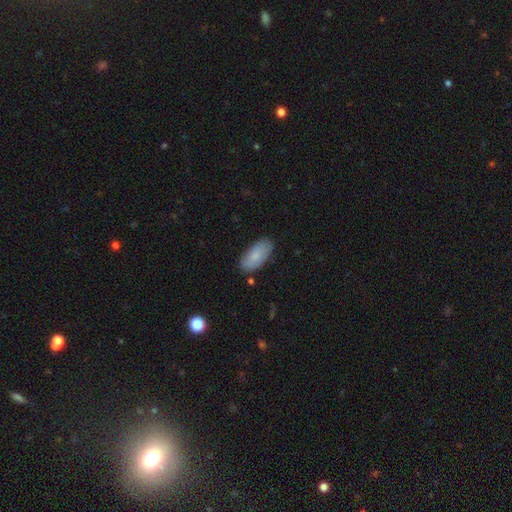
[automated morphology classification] A smooth galaxy with no disk features (81%) that is in between round and cigar-shaped (91%).

Vote fractions:
- Smooth or featured? smooth: 81% / featured or disk: 13% / star or artifact: 6%
- How rounded? in between: 91% / cigar-shaped: 7% / round: 2%
- Merging? none: 82% / minor disturbance: 14% / major disturbance: 3% / merger: 2%